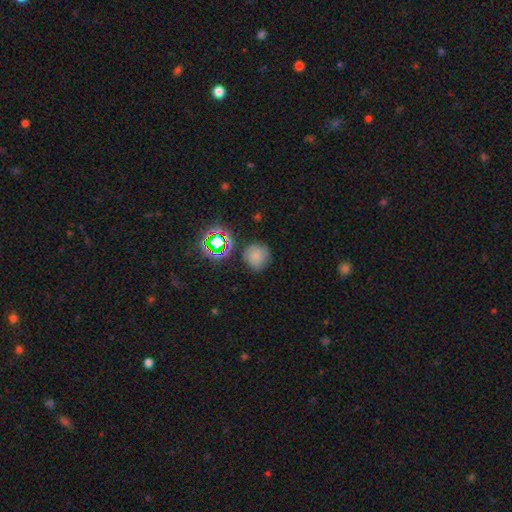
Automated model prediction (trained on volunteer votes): smooth 68%, star or artifact 21%, featured or disk 11%. Down the decision tree: how rounded — round (90%); merging — none (74%).